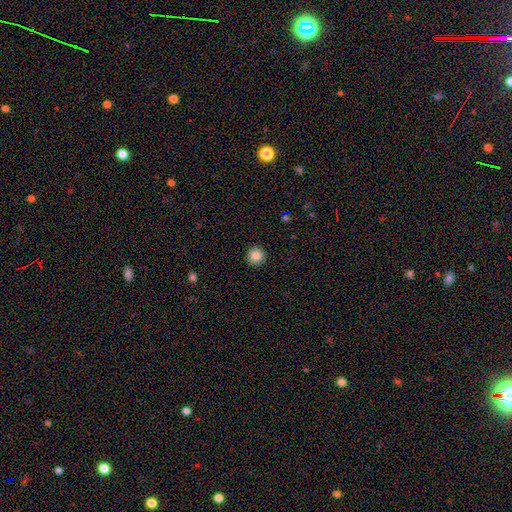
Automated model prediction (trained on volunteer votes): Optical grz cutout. It shows a smooth galaxy with no disk features (86%) that is round (95%). Merging: none (93%).